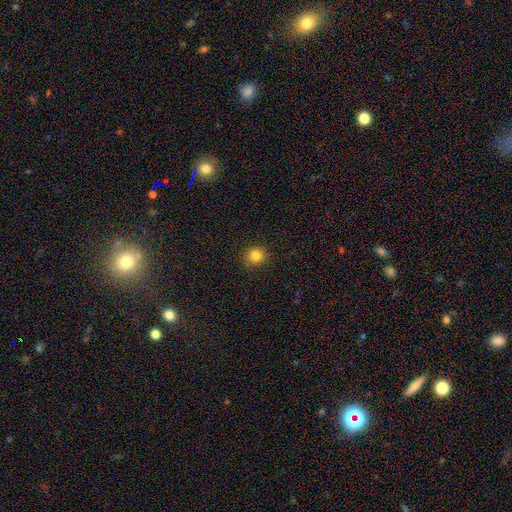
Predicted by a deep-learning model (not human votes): Morphology: type=smooth (82%); roundness=round (90%); merging=none (90%).